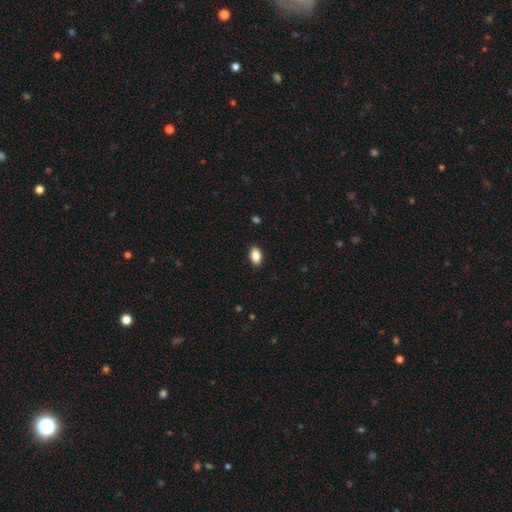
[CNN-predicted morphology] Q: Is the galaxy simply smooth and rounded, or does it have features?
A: smooth — 88%.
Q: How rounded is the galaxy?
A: in between — 90%.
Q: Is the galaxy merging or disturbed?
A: none — 90%.